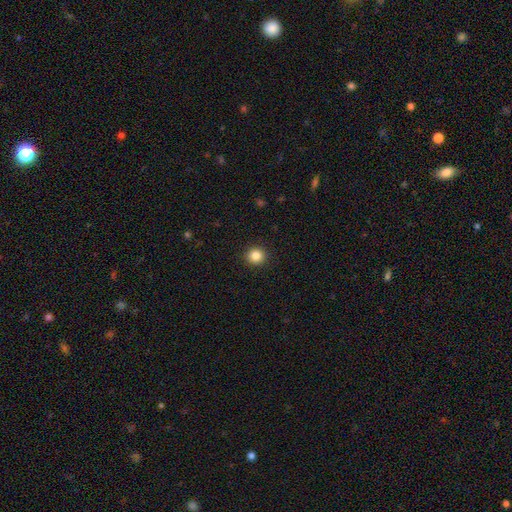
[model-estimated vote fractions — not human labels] The model was most divided on "smooth or featured": smooth: 85%, star or artifact: 10%, featured or disk: 4%. More confident: merging — none (92%); how rounded — round (92%).